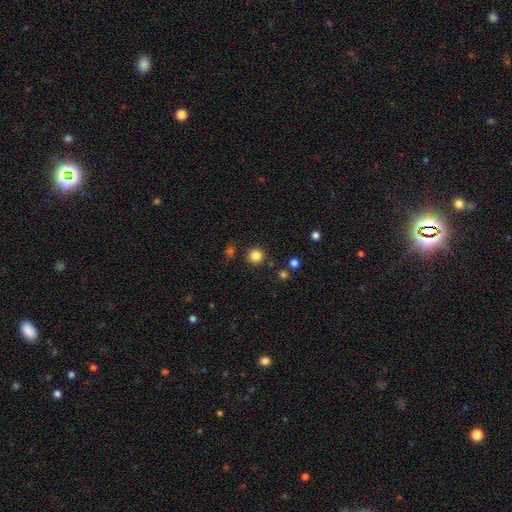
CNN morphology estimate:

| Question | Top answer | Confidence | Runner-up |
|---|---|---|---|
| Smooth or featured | smooth | 84% | star or artifact (12%) |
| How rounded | round | 94% | in between (5%) |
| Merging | none | 89% | minor disturbance (6%) |